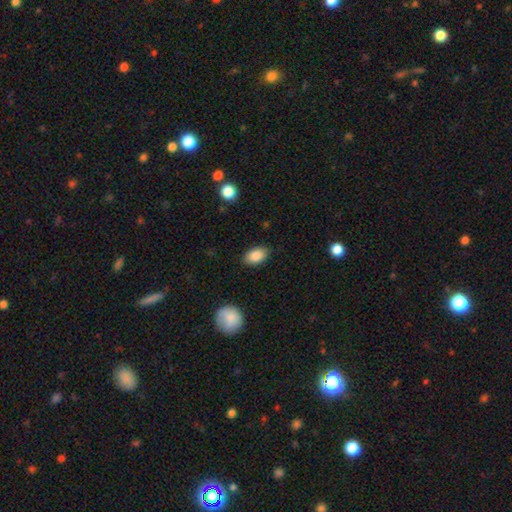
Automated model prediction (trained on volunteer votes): This appears to be a smooth galaxy with no disk features (87%) that is in between round and cigar-shaped (89%). Merging: none (87%).